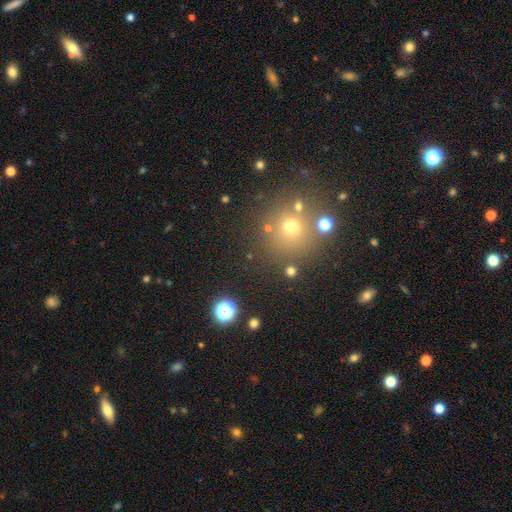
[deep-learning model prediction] Smooth or featured?
  - star or artifact: 49% *
  - smooth: 40%
  - featured or disk: 12%